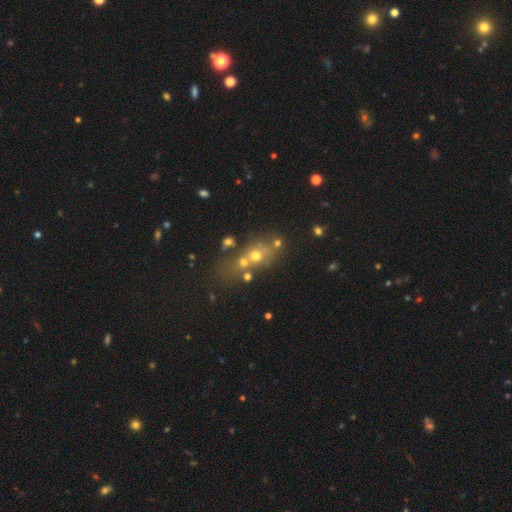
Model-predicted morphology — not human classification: smooth_or_featured: smooth (p=0.50) [alt: featured or disk p=0.27]
how_rounded: round (p=0.53) [alt: in between p=0.42]
merging: merger (p=0.41) [alt: none p=0.37]